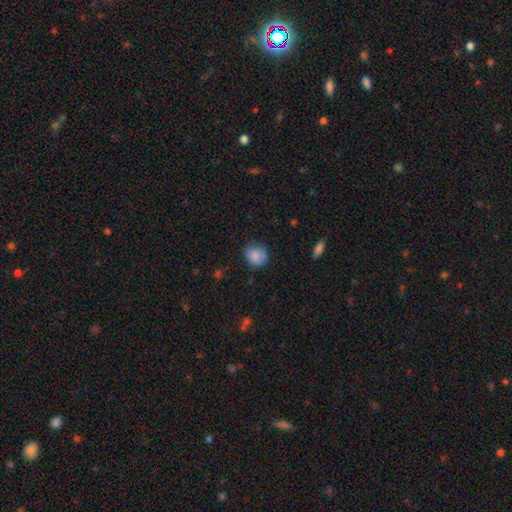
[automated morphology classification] A smooth galaxy with no disk features (86%) that is round (71%). Merging: none (73%).